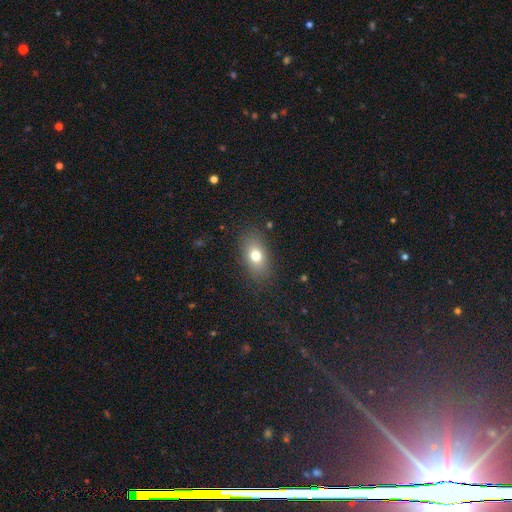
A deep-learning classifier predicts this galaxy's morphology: type=smooth (74%); roundness=in between (80%); merging=none (84%).